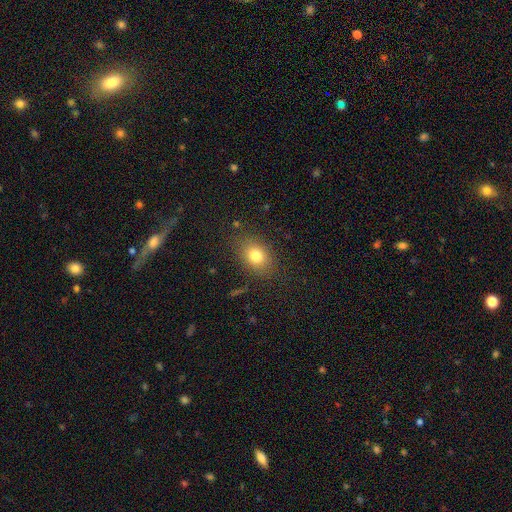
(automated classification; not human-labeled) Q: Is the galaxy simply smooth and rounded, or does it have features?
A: smooth — 78%.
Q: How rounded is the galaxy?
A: in between — 65%.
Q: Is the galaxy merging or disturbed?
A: none — 82%.